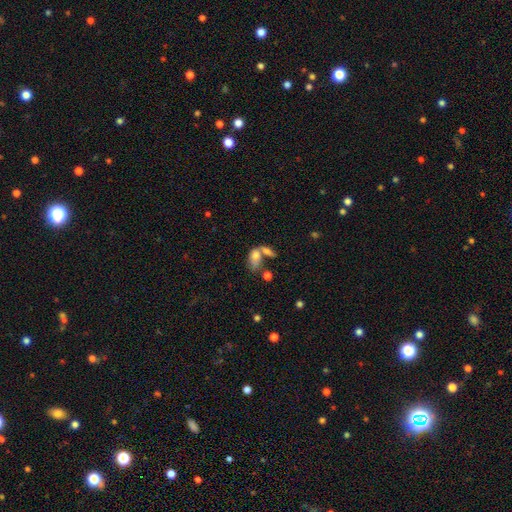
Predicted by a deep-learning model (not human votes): smooth_or_featured: smooth (p=0.71) [alt: featured or disk p=0.20]
how_rounded: in between (p=0.87) [alt: round p=0.08]
merging: merger (p=0.49) [alt: none p=0.28]